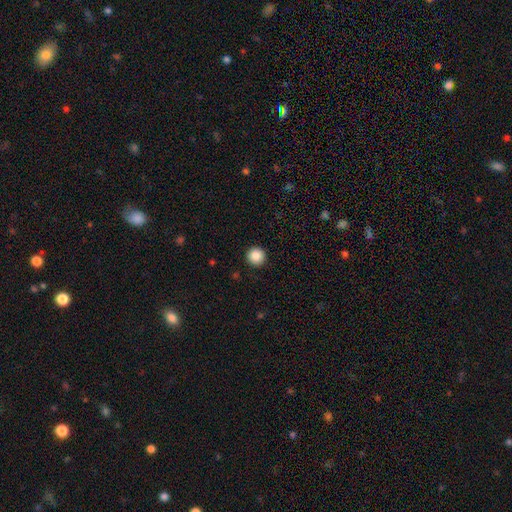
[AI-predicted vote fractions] A smooth galaxy with no disk features (87%) that is round (96%). Merging: none (93%).